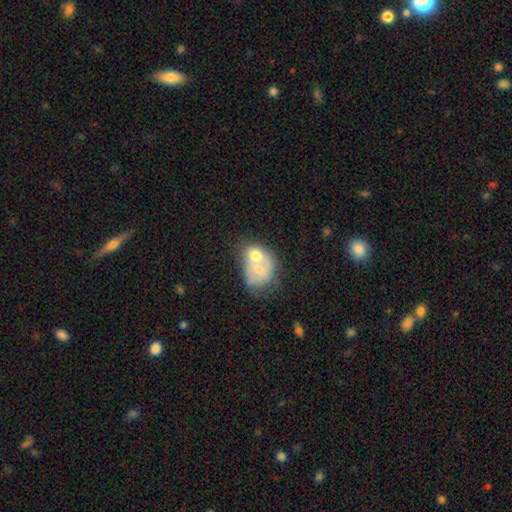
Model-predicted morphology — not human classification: Q: Smooth or featured?
A: smooth (57%); runner-up: featured or disk (36%)
Q: How rounded?
A: in between (50%); runner-up: round (49%)
Q: Merging?
A: merger (73%); runner-up: none (15%)